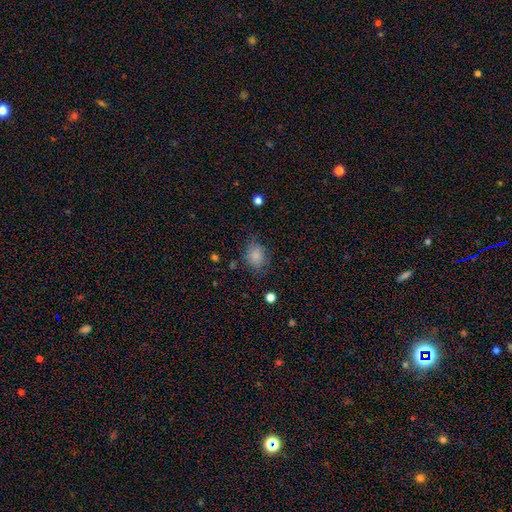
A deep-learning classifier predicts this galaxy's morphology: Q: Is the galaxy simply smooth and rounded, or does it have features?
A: smooth — 83%.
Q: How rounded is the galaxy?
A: in between — 58%.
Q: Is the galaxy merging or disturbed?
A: none — 69%.